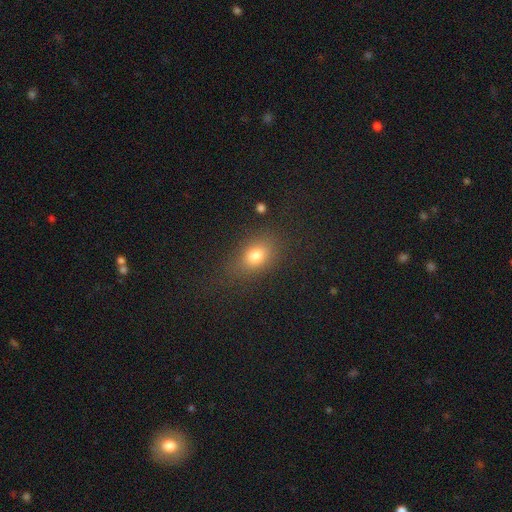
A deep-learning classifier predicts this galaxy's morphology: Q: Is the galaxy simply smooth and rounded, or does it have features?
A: smooth — 78%.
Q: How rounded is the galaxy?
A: in between — 68%.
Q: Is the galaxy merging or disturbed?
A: none — 74%.